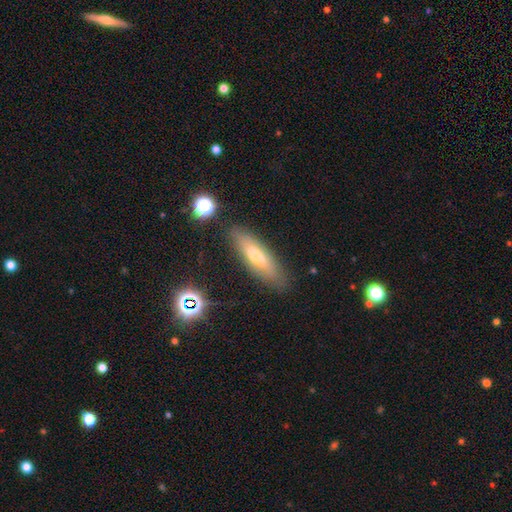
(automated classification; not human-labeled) This is possibly a smooth galaxy (60%). How rounded: likely cigar-shaped (61%). Merging: clearly none (83%).